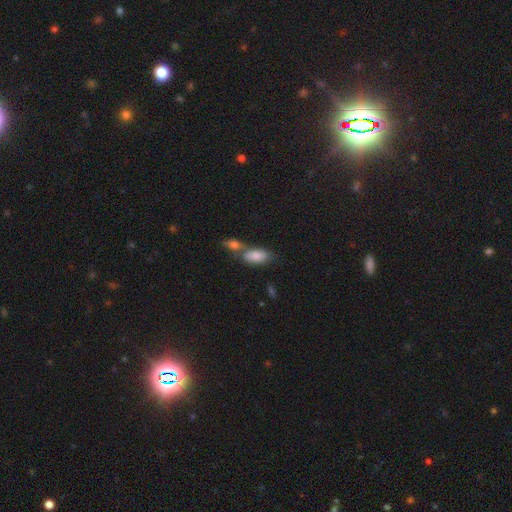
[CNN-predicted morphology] This is clearly a smooth galaxy (81%). How rounded: clearly in between (90%). Merging: possibly merger (48%).